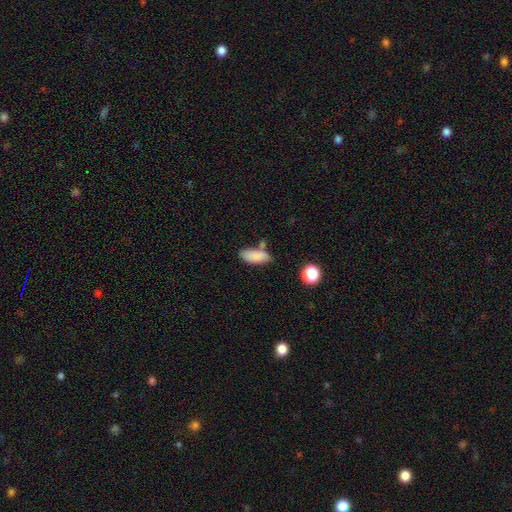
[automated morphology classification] smooth_or_featured: smooth (p=0.85) [alt: star or artifact p=0.08]
how_rounded: in between (p=0.82) [alt: cigar-shaped p=0.16]
merging: none (p=0.61) [alt: minor disturbance p=0.19]